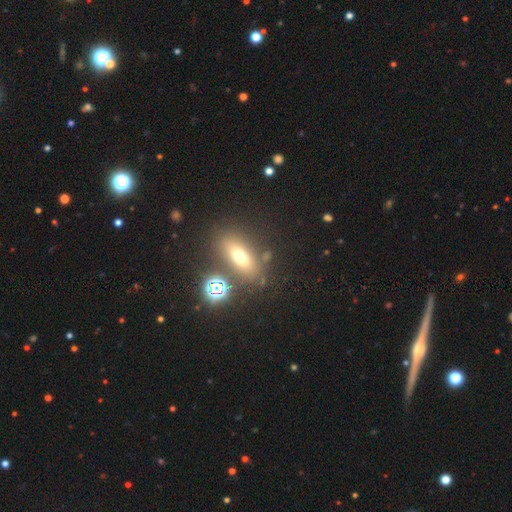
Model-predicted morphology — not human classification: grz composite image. It shows a featured or disk galaxy (42%). Merging: none (72%).